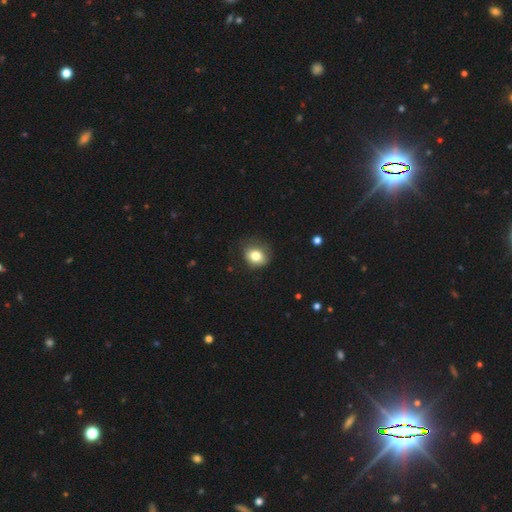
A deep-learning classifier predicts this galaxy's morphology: A smooth galaxy with no disk features (80%) that is round (63%). Merging: none (70%).